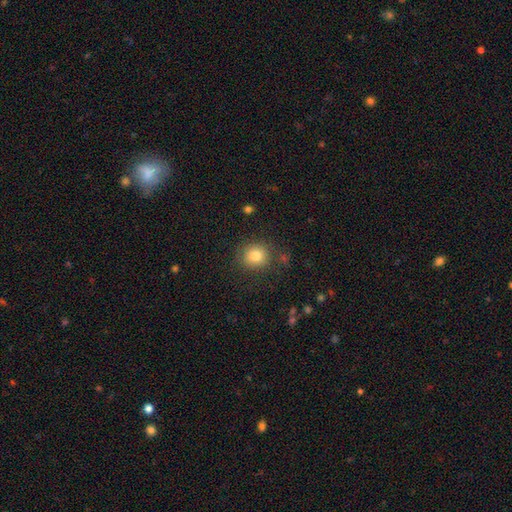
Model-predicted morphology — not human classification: Smooth or featured?
  - smooth: 82% *
  - star or artifact: 11%
  - featured or disk: 7%
How rounded?
  - round: 82% *
  - in between: 17%
  - cigar-shaped: 1%
Merging?
  - none: 81% *
  - minor disturbance: 12%
  - major disturbance: 4%
  - merger: 3%